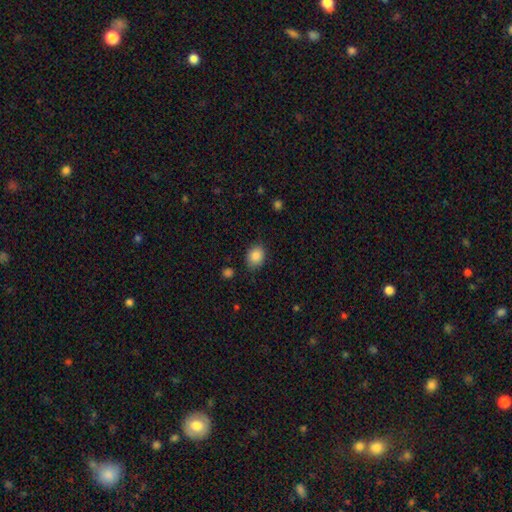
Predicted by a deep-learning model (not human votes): Overall: smooth (86%). How rounded: in between (53%; round 46%). Merging: none (80%).